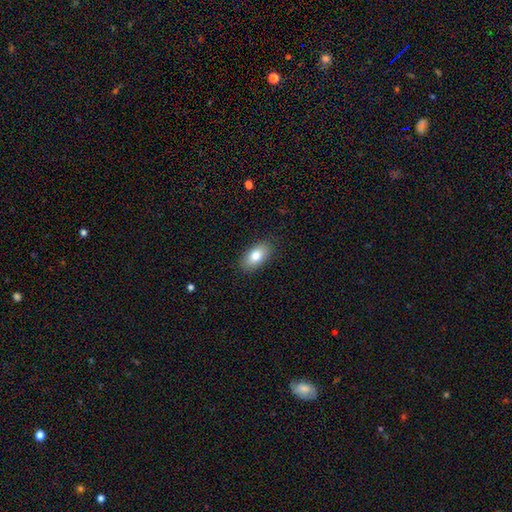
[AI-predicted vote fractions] Smooth or featured? smooth (81%)
How rounded? in between (92%)
Merging? none (87%)